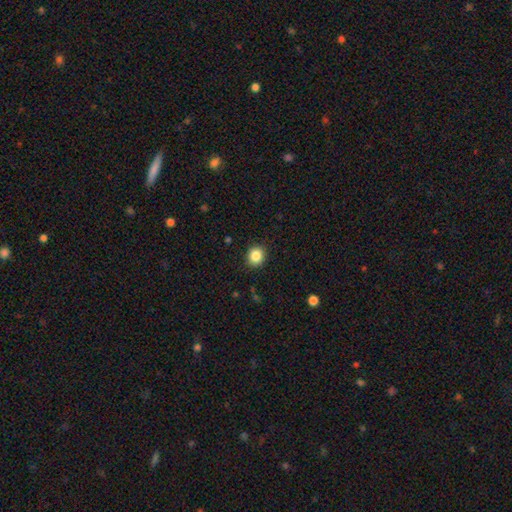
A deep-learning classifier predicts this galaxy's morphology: The model was most divided on "how rounded": round: 81%, in between: 19%, cigar-shaped: 1%. More confident: merging — none (90%); smooth or featured — smooth (86%).